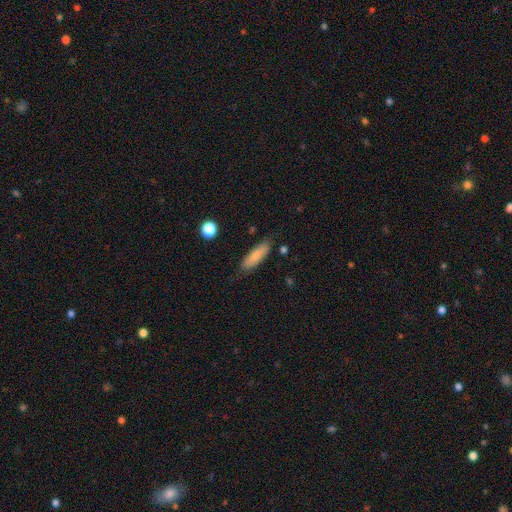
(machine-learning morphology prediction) smooth_or_featured: smooth (p=0.80) [alt: featured or disk p=0.14]
how_rounded: cigar-shaped (p=0.57) [alt: in between p=0.42]
merging: none (p=0.78) [alt: minor disturbance p=0.17]